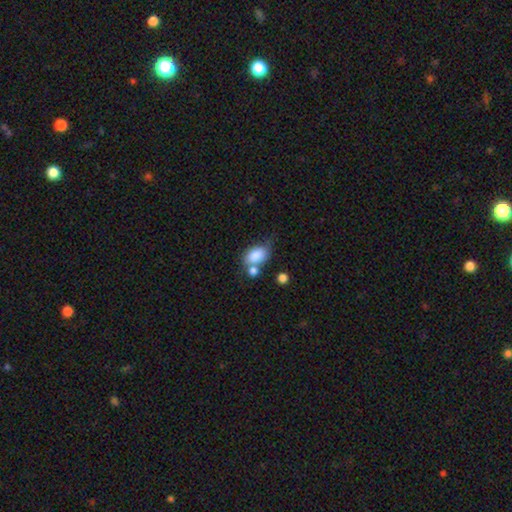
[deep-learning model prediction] This appears to be a smooth galaxy with no disk features (83%) that is in between round and cigar-shaped (82%). Merging: none (39%).